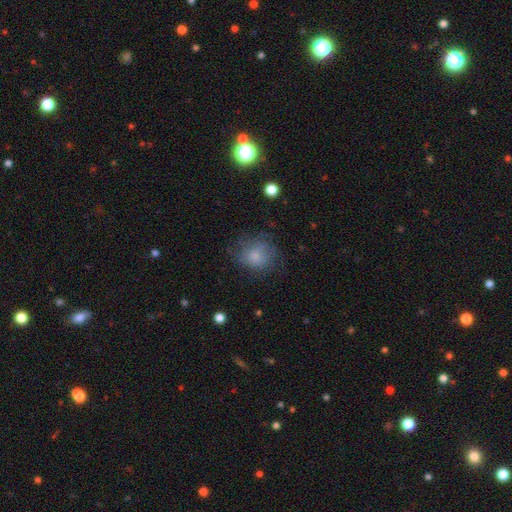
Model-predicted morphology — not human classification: smooth_or_featured: smooth (p=0.72) [alt: featured or disk p=0.17]
how_rounded: round (p=0.76) [alt: in between p=0.23]
merging: none (p=0.61) [alt: minor disturbance p=0.22]